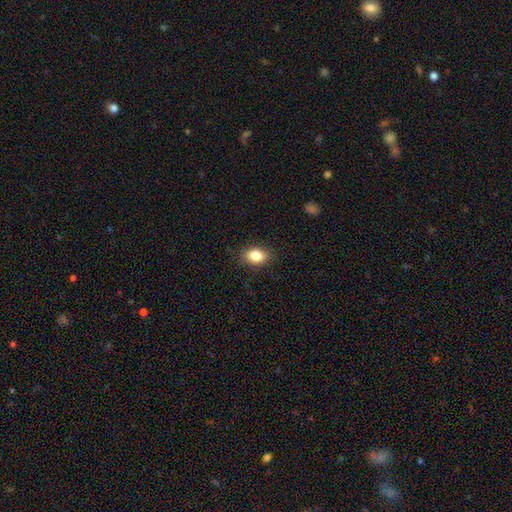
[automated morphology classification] Smooth or featured: smooth — 84% (star or artifact — 9%)
How rounded: in between — 77% (round — 22%)
Merging: none — 86% (minor disturbance — 10%)